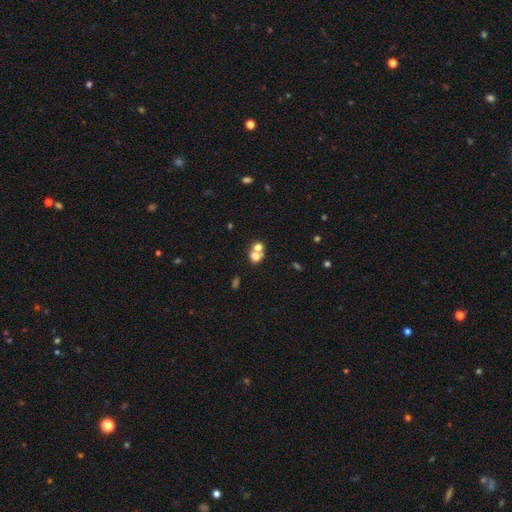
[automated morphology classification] This is likely a smooth galaxy (66%). How rounded: likely round (66%). Merging: possibly merger (56%).